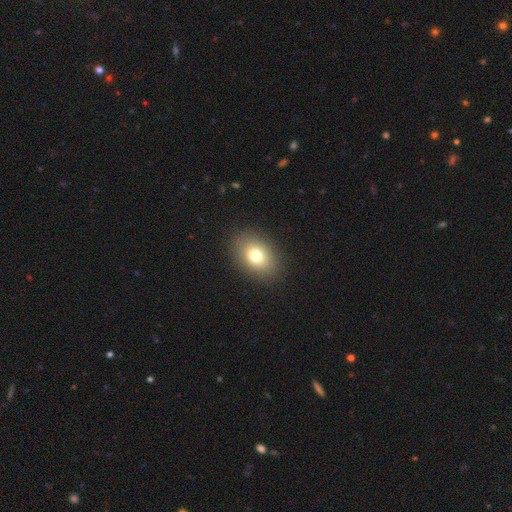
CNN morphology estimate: A smooth galaxy with no disk features (78%) that is in between round and cigar-shaped (73%).

Vote fractions:
- Smooth or featured? smooth: 78% / featured or disk: 12% / star or artifact: 11%
- How rounded? in between: 73% / round: 26% / cigar-shaped: 1%
- Merging? none: 89% / minor disturbance: 7% / major disturbance: 3% / merger: 1%